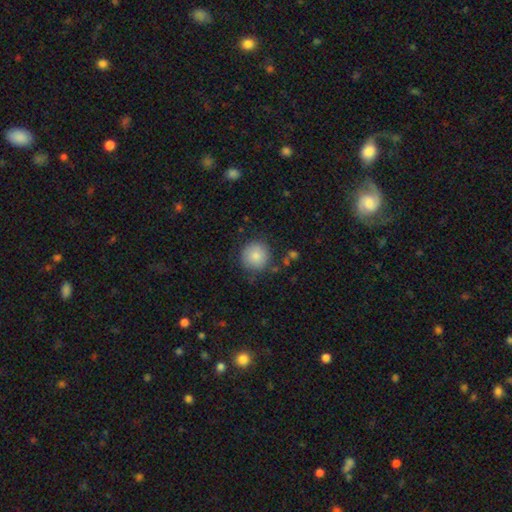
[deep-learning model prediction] The model was most divided on "merging": none: 82%, minor disturbance: 12%, major disturbance: 4%, merger: 2%. More confident: how rounded — round (94%); smooth or featured — smooth (85%).